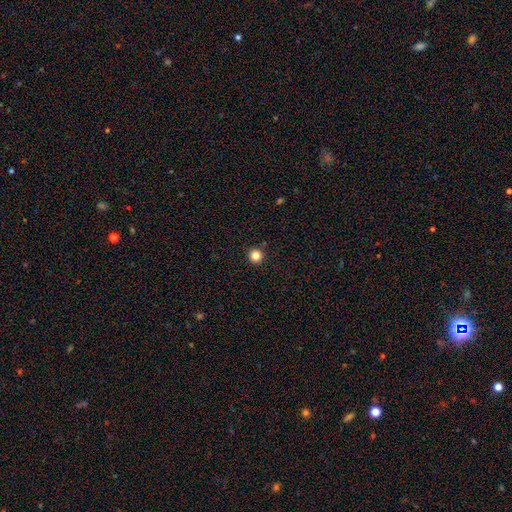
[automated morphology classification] This is clearly a smooth galaxy (83%). How rounded: clearly round (96%). Merging: clearly none (93%).